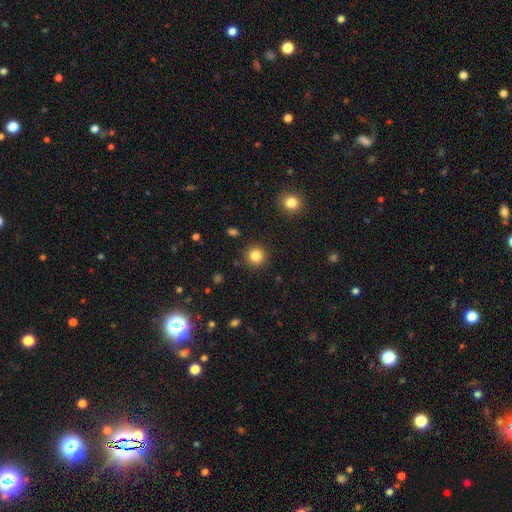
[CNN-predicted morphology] smooth-or-featured: smooth: 83% | star or artifact: 12% | featured or disk: 5%
  how-rounded: round: 93% | in between: 6% | cigar-shaped: 1%
  merging: none: 90% | minor disturbance: 6% | major disturbance: 2% | merger: 2%